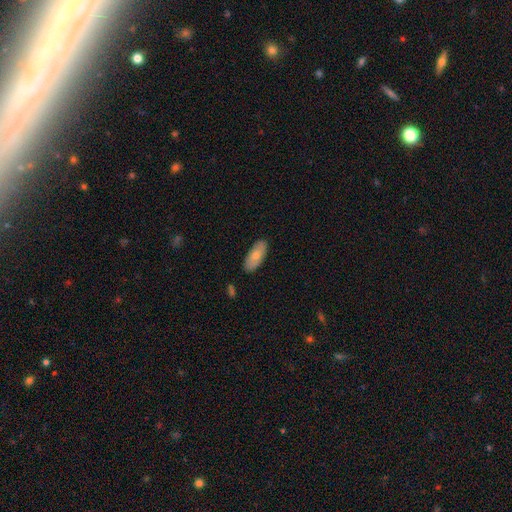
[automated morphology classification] This appears to be a smooth galaxy with no disk features (71%) that is in between round and cigar-shaped (87%). Merging: none (87%).